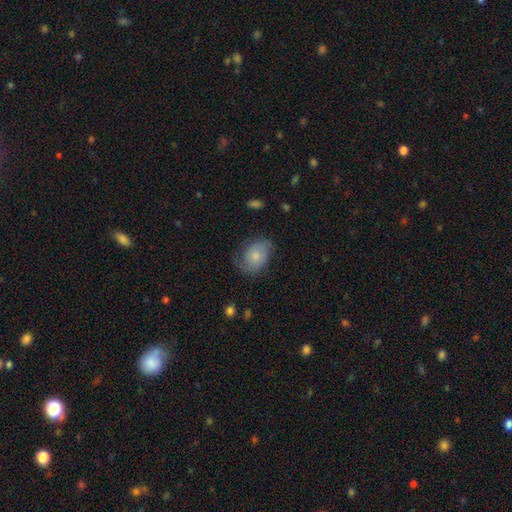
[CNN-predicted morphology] This is possibly a smooth galaxy (55%). How rounded: likely in between (71%). Merging: possibly none (59%).